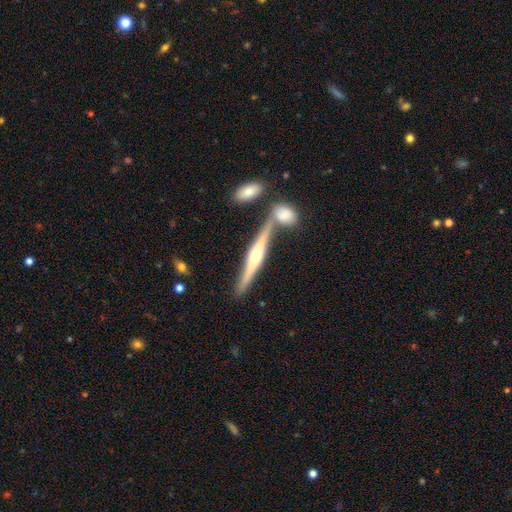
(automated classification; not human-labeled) Smooth or featured: featured or disk — 75% (smooth — 19%)
Edge-on disk: yes — 97% (no — 3%)
Edge-on bulge: rounded — 86% (boxy — 8%)
Merging: none — 73% (merger — 13%)